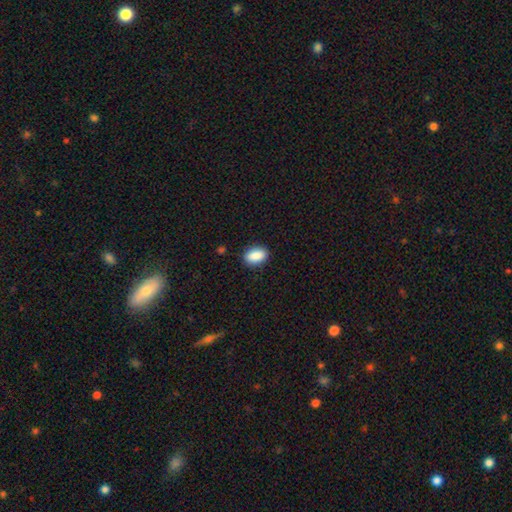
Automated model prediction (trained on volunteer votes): Smooth or featured?
  - smooth: 89% *
  - star or artifact: 7%
  - featured or disk: 4%
How rounded?
  - in between: 89% *
  - round: 8%
  - cigar-shaped: 2%
Merging?
  - none: 88% *
  - minor disturbance: 9%
  - major disturbance: 2%
  - merger: 1%